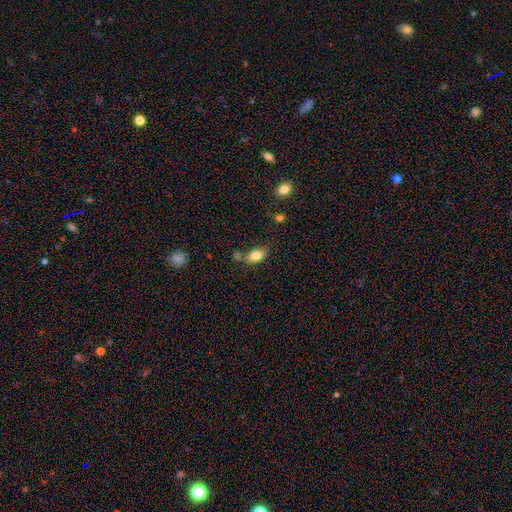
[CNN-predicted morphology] smooth-or-featured: smooth: 81% | featured or disk: 10% | star or artifact: 8%
  how-rounded: in between: 88% | round: 8% | cigar-shaped: 4%
  merging: none: 68% | minor disturbance: 17% | merger: 12% | major disturbance: 4%